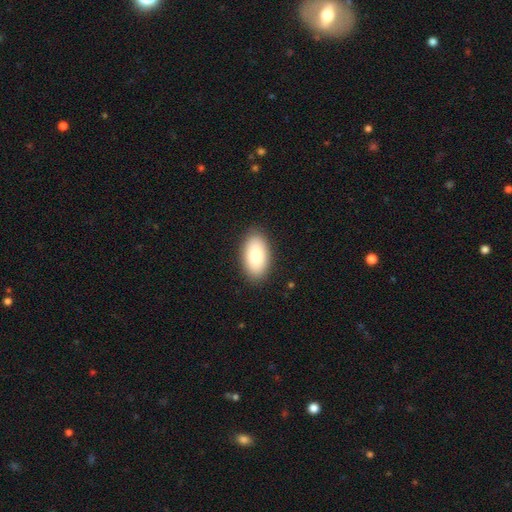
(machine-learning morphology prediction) This appears to be a smooth galaxy with no disk features (86%) that is in between round and cigar-shaped (95%). Merging: none (87%).